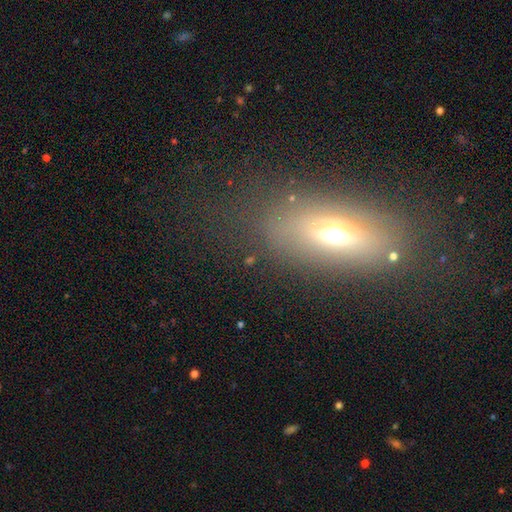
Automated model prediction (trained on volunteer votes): A smooth galaxy with no disk features (51%) that is in between round and cigar-shaped (71%).

Vote fractions:
- Smooth or featured? smooth: 51% / featured or disk: 30% / star or artifact: 19%
- How rounded? in between: 71% / cigar-shaped: 19% / round: 9%
- Merging? none: 74% / minor disturbance: 14% / major disturbance: 9% / merger: 3%